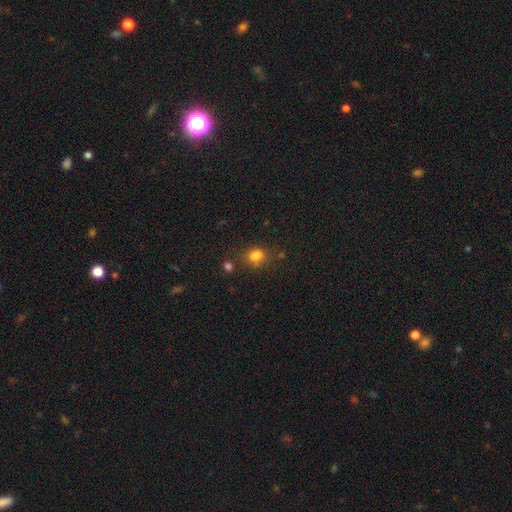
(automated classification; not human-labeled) Smooth or featured? smooth (80%)
How rounded? in between (51%)
Merging? none (66%)